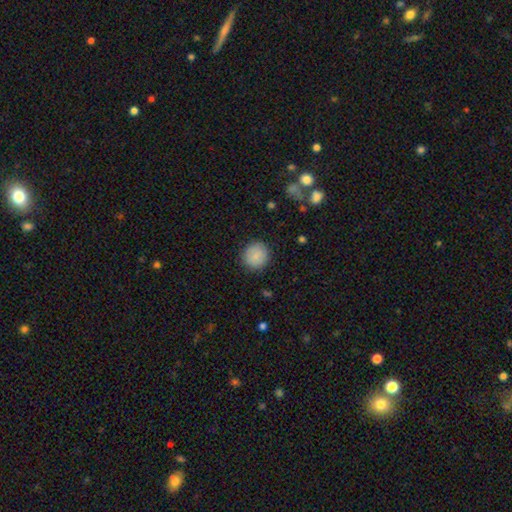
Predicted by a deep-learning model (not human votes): Q: Smooth or featured?
A: smooth (86%); runner-up: star or artifact (7%)
Q: How rounded?
A: round (92%); runner-up: in between (7%)
Q: Merging?
A: none (89%); runner-up: minor disturbance (8%)